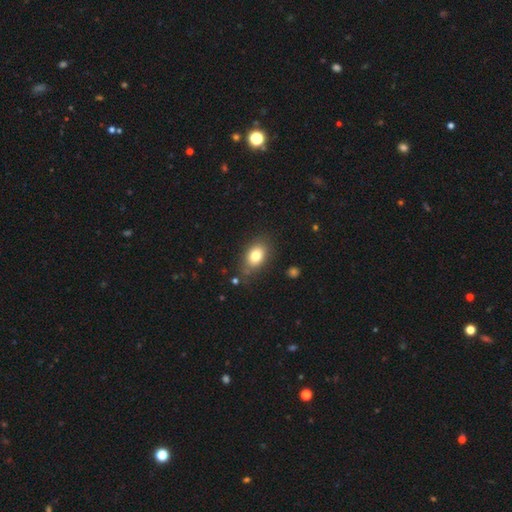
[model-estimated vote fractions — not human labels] This is likely a smooth galaxy (80%). How rounded: clearly in between (82%). Merging: likely none (76%).